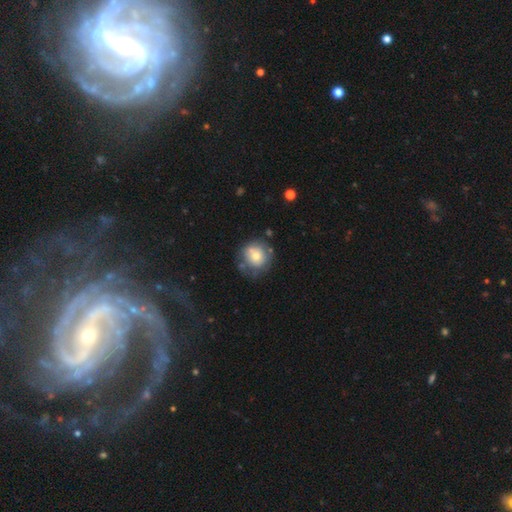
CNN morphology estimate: Overall: smooth (65%; featured or disk 27%). How rounded: round (89%). Merging: none (58%; minor disturbance 23%).